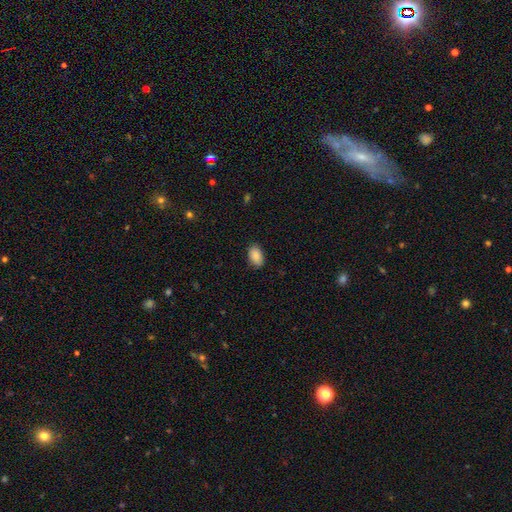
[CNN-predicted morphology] Smooth or featured? smooth (89%)
How rounded? in between (92%)
Merging? none (86%)